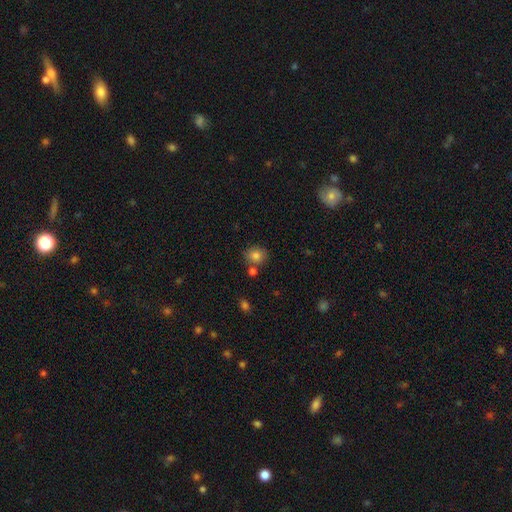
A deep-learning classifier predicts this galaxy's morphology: Smooth or featured? Predicted: smooth (p=0.82). How rounded? Predicted: round (p=0.80). Merging? Predicted: none (p=0.73).